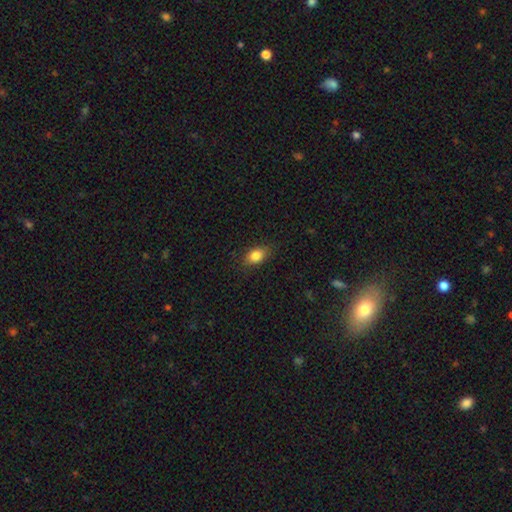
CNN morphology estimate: Smooth or featured: smooth — 83% (star or artifact — 9%)
How rounded: in between — 80% (round — 18%)
Merging: none — 84% (minor disturbance — 12%)